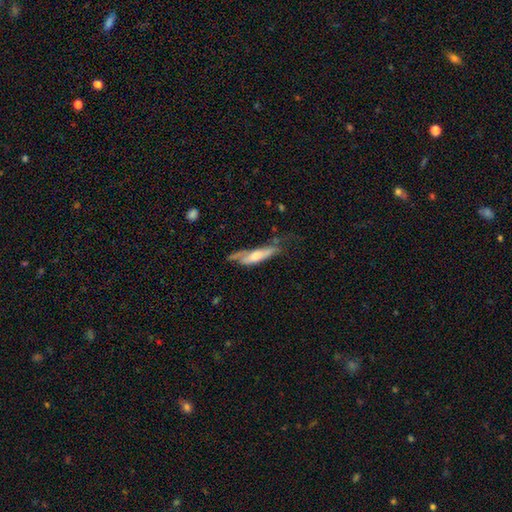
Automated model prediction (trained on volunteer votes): This appears to be a featured or disk galaxy (53%) viewed edge-on (61%). Merging: none (39%).